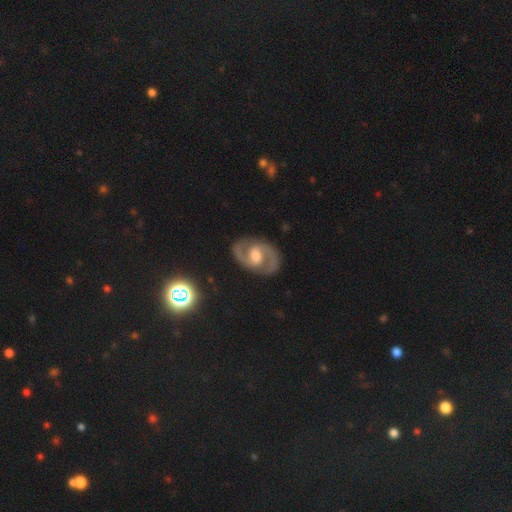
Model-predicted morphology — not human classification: Q: Smooth or featured?
A: featured or disk (90%); runner-up: smooth (5%)
Q: Edge-on disk?
A: no (98%); runner-up: yes (2%)
Q: Bar?
A: weak (53%); runner-up: no (26%)
Q: Spiral arms?
A: yes (97%); runner-up: no (3%)
Q: Spiral winding?
A: medium (64%); runner-up: tight (23%)
Q: Spiral arm count?
A: 2 (94%); runner-up: can't tell (2%)
Q: Bulge size?
A: moderate (66%); runner-up: small (19%)
Q: Merging?
A: none (86%); runner-up: minor disturbance (9%)